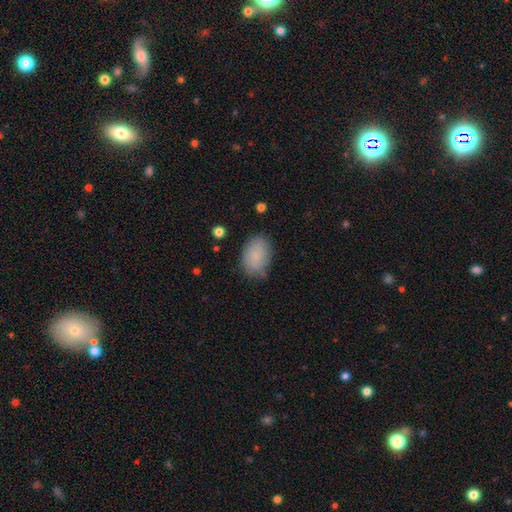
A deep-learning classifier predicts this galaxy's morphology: Q: Smooth or featured?
A: smooth (80%); runner-up: featured or disk (12%)
Q: How rounded?
A: in between (85%); runner-up: round (13%)
Q: Merging?
A: none (74%); runner-up: minor disturbance (20%)